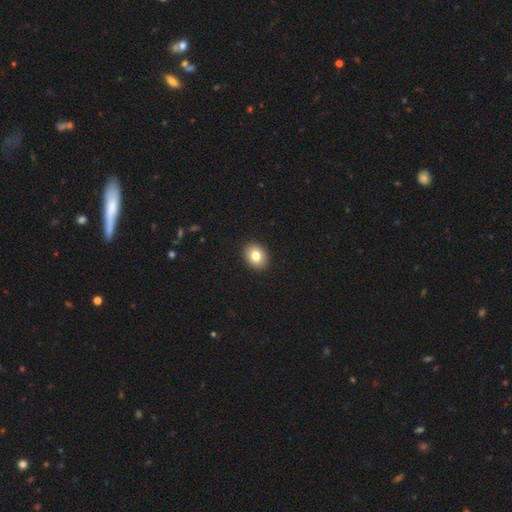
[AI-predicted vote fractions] Q: Smooth or featured?
A: smooth (81%); runner-up: featured or disk (10%)
Q: How rounded?
A: round (52%); runner-up: in between (47%)
Q: Merging?
A: none (92%); runner-up: minor disturbance (5%)